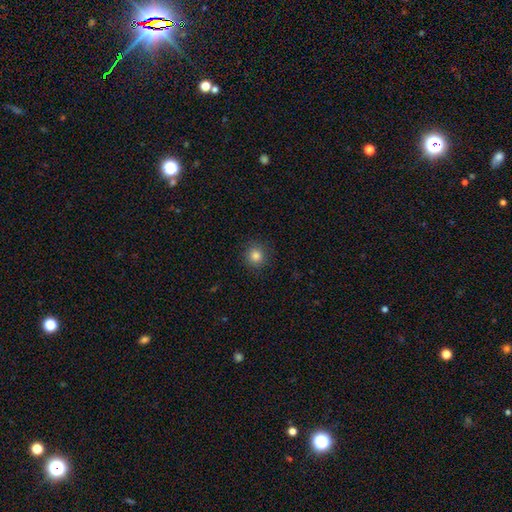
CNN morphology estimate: This appears to be a smooth galaxy with no disk features (83%) that is round (92%). Merging: none (90%).